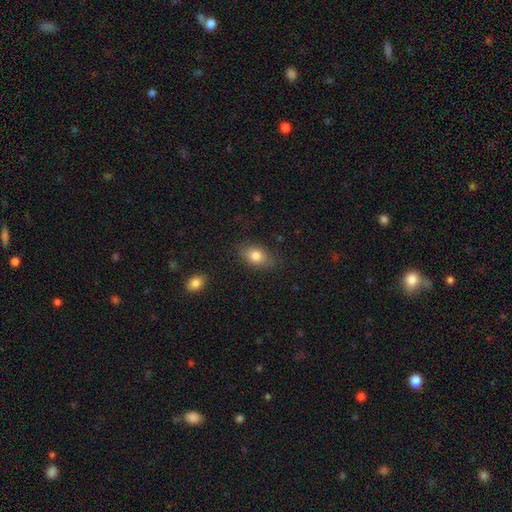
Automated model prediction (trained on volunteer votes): A smooth galaxy with no disk features (80%) that is in between round and cigar-shaped (82%). Merging: none (80%).